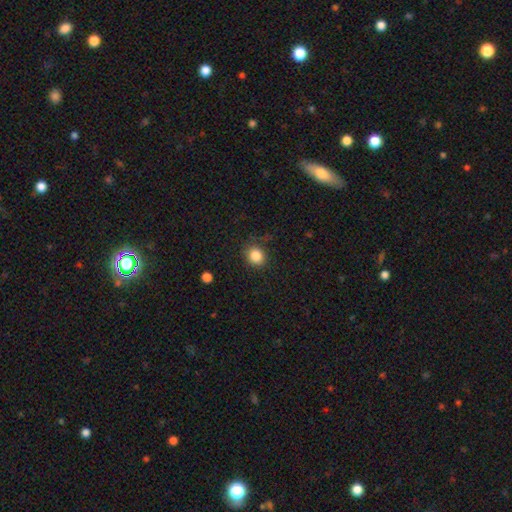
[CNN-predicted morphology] Smooth or featured? Predicted: smooth (p=0.85). How rounded? Predicted: round (p=0.78). Merging? Predicted: none (p=0.80).